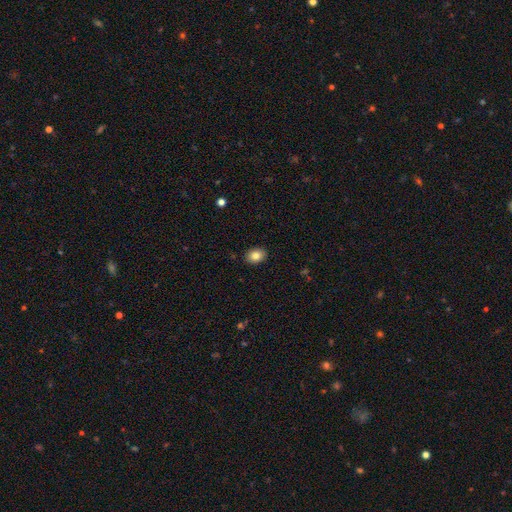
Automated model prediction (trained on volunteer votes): Smooth or featured: smooth — 84% (star or artifact — 8%)
How rounded: in between — 68% (round — 31%)
Merging: none — 90% (minor disturbance — 8%)